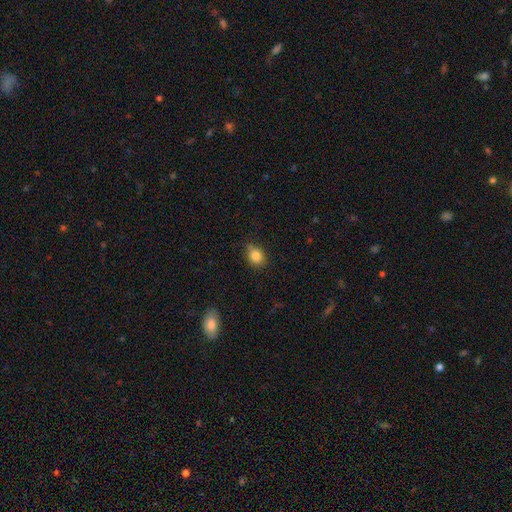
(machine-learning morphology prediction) smooth_or_featured: smooth (p=0.84) [alt: star or artifact p=0.10]
how_rounded: round (p=0.55) [alt: in between p=0.44]
merging: none (p=0.70) [alt: minor disturbance p=0.24]